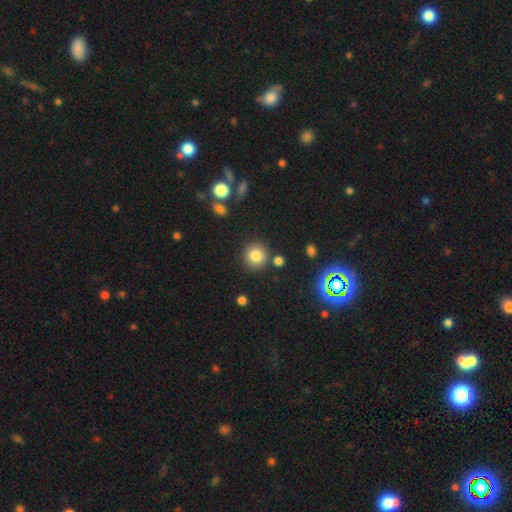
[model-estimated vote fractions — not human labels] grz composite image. It shows a smooth galaxy with no disk features (81%) that is round (92%). Merging: none (84%).